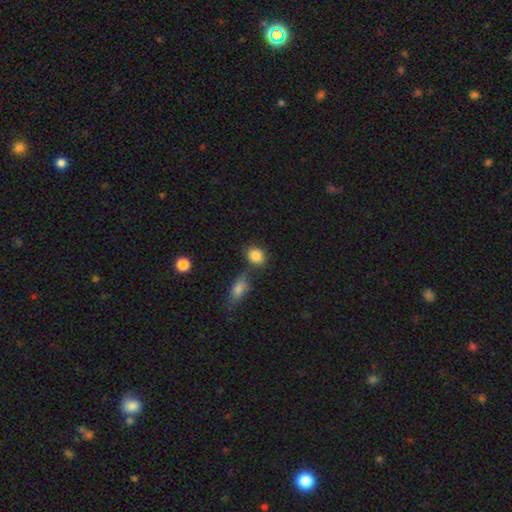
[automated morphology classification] Q: Smooth or featured?
A: smooth (86%); runner-up: star or artifact (9%)
Q: How rounded?
A: round (54%); runner-up: in between (44%)
Q: Merging?
A: none (67%); runner-up: merger (16%)